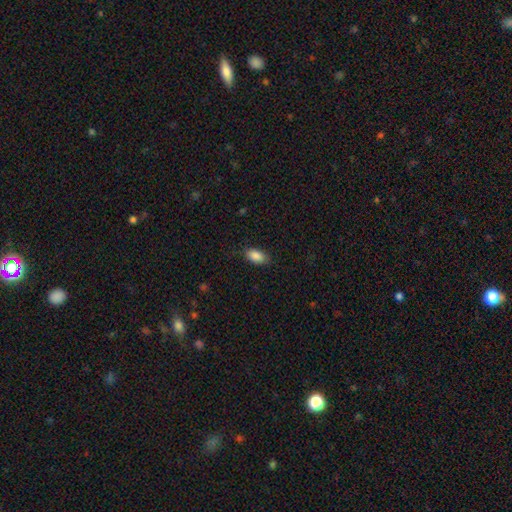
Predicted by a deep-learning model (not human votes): Overall: smooth (89%). How rounded: in between (92%). Merging: none (84%).